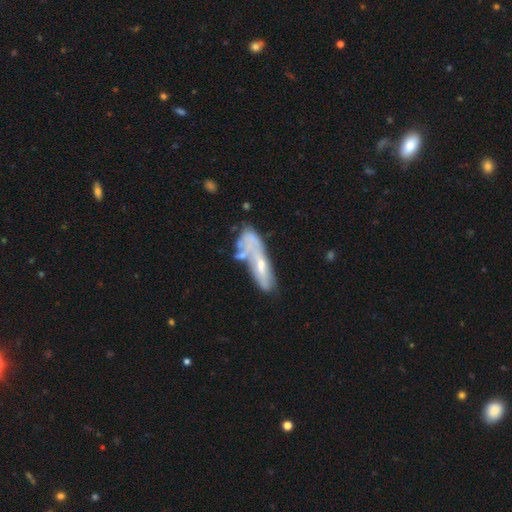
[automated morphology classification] Overall: featured or disk (50%; smooth 39%). Edge-on disk: no (74%). Merging: merger (36%; none 31%).